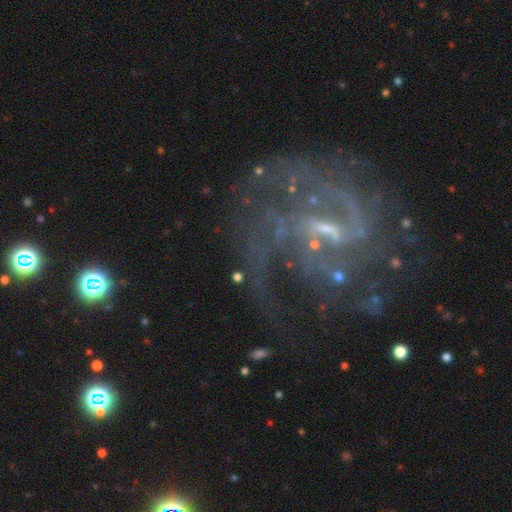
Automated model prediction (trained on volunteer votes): smooth_or_featured: featured or disk (p=0.86) [alt: star or artifact p=0.09]
disk_edge_on: no (p=0.98) [alt: yes p=0.02]
bar: weak (p=0.53) [alt: strong p=0.26]
has_spiral_arms: yes (p=0.92) [alt: no p=0.08]
spiral_winding: medium (p=0.49) [alt: tight p=0.26]
spiral_arm_count: 2 (p=0.43) [alt: can't tell p=0.21]
bulge_size: small (p=0.56) [alt: none p=0.23]
merging: none (p=0.55) [alt: major disturbance p=0.23]